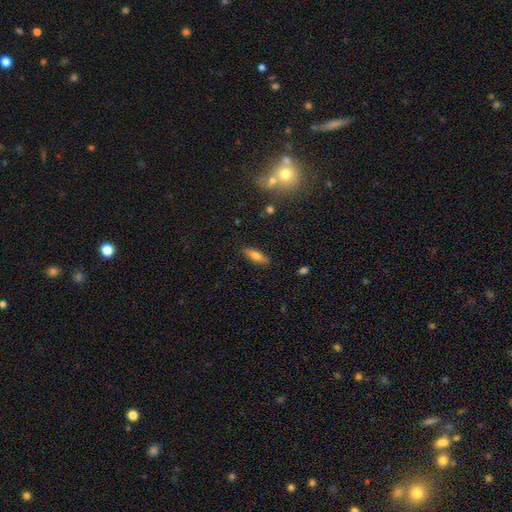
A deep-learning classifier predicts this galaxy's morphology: A smooth galaxy with no disk features (65%) that is cigar-shaped (50%). Merging: none (86%).